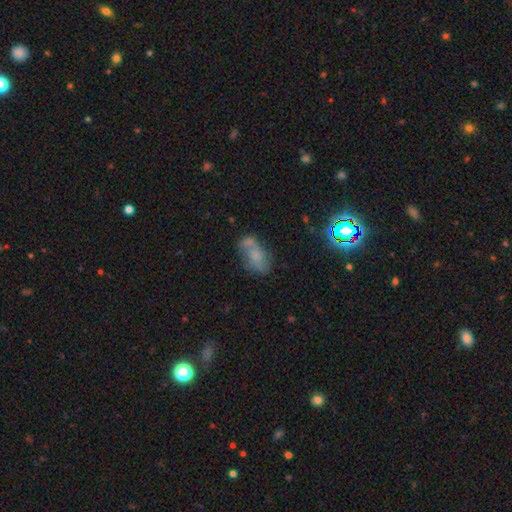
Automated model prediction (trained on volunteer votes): The model was most divided on "merging": none: 37%, merger: 33%, minor disturbance: 19%, major disturbance: 12%. More confident: how rounded — in between (84%); smooth or featured — smooth (52%).